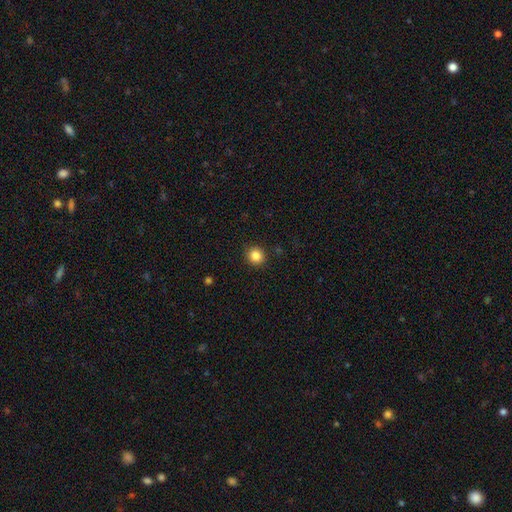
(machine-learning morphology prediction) Overall: smooth (85%). How rounded: round (92%). Merging: none (92%).